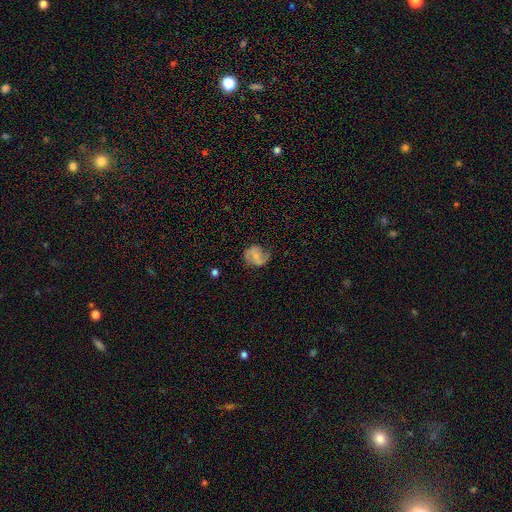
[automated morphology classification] This is possibly a featured or disk galaxy (54%). It is clearly not viewed edge-on (97%). Bar: marginally weak (42%, tied with no). Spiral arm pattern: clearly yes (85%). Central bulge: possibly small (48%). Merging: likely none (62%).